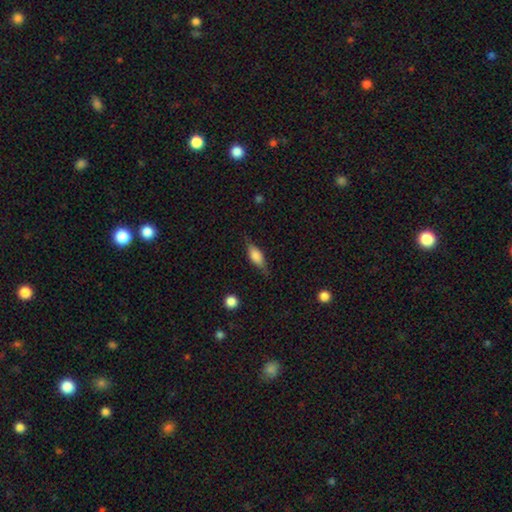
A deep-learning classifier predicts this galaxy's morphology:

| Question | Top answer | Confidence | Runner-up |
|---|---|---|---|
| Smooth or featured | smooth | 53% | featured or disk (39%) |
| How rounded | in between | 62% | cigar-shaped (34%) |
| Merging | none | 77% | minor disturbance (17%) |